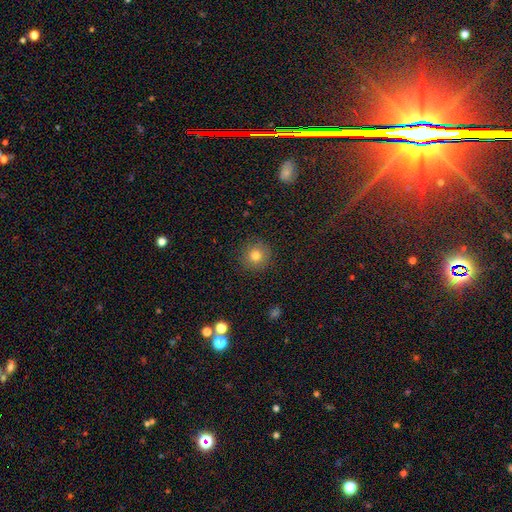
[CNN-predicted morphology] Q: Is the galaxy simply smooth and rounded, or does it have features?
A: smooth — 79%.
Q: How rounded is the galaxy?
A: round — 94%.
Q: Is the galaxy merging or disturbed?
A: none — 90%.